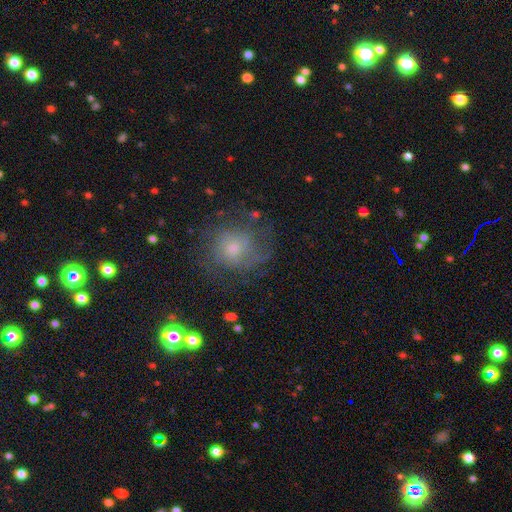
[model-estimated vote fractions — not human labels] A featured or disk galaxy (46%). Merging: none (71%).